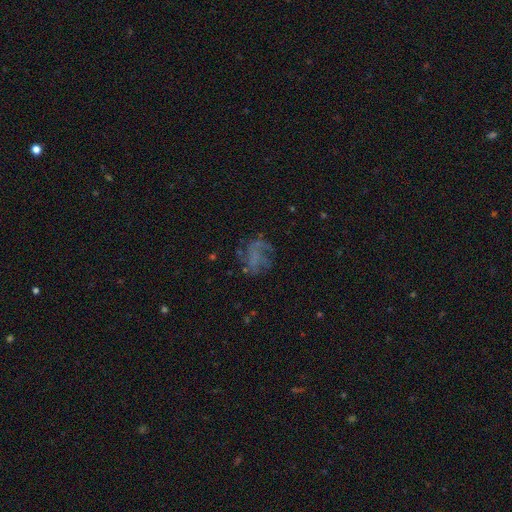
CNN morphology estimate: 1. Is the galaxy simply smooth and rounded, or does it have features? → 53% featured or disk, 29% smooth, 18% star or artifact.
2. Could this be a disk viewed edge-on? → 98% no, 2% yes.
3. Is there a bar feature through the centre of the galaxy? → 78% no, 16% weak, 5% strong.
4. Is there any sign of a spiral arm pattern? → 51% yes, 49% no.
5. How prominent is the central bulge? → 79% none, 9% small, 6% moderate, 4% large, 2% dominant.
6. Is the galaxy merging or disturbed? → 49% none, 30% major disturbance, 18% minor disturbance, 3% merger.